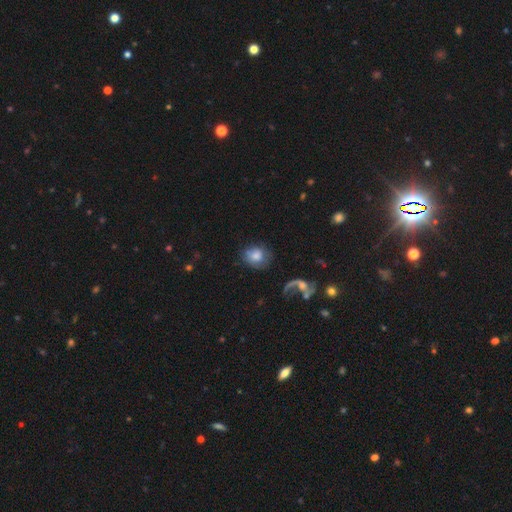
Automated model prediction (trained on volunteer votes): Smooth or featured: smooth — 70% (featured or disk — 21%)
How rounded: round — 63% (in between — 36%)
Merging: none — 58% (minor disturbance — 22%)